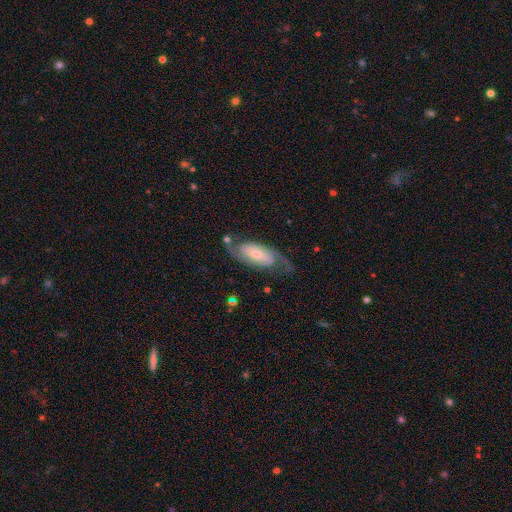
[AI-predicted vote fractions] featured or disk 79%, smooth 14%, star or artifact 7%. Down the decision tree: edge-on disk — no (91%); bar — no (53%); spiral arms — yes (93%); spiral arm count — 2 (85%); spiral winding — medium (44%); bulge size — small (54%); merging — none (75%).